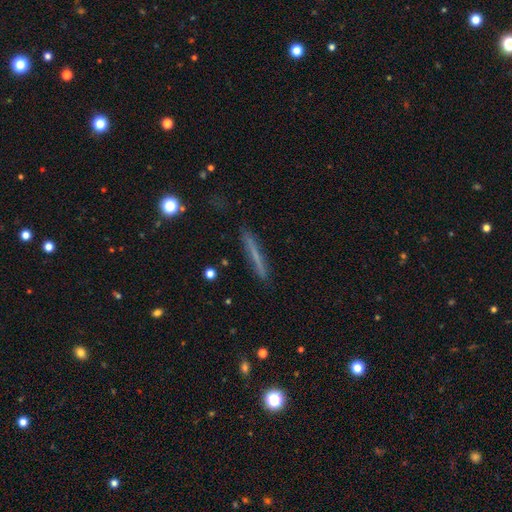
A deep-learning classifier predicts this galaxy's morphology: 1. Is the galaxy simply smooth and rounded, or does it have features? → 56% smooth, 36% featured or disk, 8% star or artifact.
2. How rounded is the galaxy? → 96% cigar-shaped, 3% in between, 2% round.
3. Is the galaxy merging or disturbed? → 86% none, 10% minor disturbance, 2% major disturbance, 2% merger.